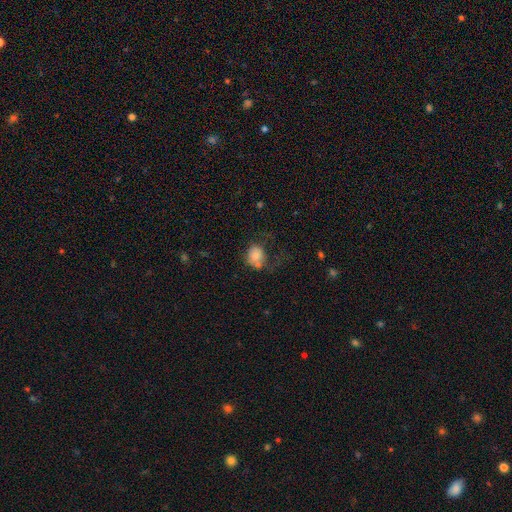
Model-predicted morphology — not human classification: Smooth or featured?
  - smooth: 76% *
  - featured or disk: 13%
  - star or artifact: 11%
How rounded?
  - round: 57% *
  - in between: 42%
  - cigar-shaped: 1%
Merging?
  - none: 36% *
  - major disturbance: 30%
  - minor disturbance: 23%
  - merger: 12%